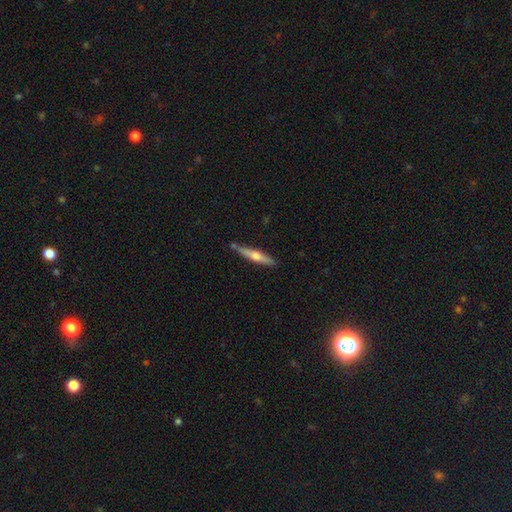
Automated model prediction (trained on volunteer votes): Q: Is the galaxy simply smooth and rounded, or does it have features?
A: featured or disk — 53%.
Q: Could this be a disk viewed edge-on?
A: yes — 96%.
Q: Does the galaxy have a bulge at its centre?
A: rounded — 88%.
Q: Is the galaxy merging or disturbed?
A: none — 81%.